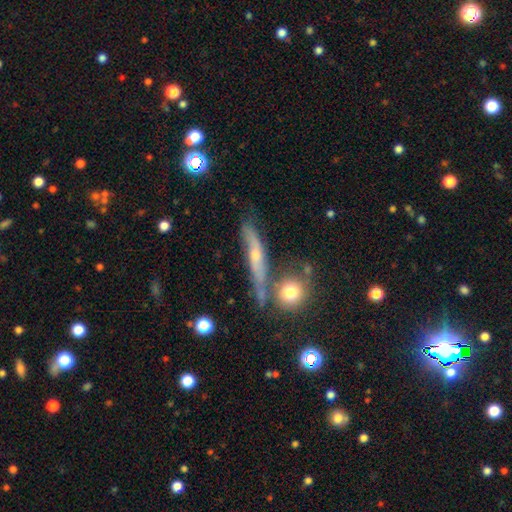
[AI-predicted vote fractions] Smooth or featured? Predicted: featured or disk (p=0.61). Edge-on disk? Predicted: yes (p=0.74). Merging? Predicted: none (p=0.61).